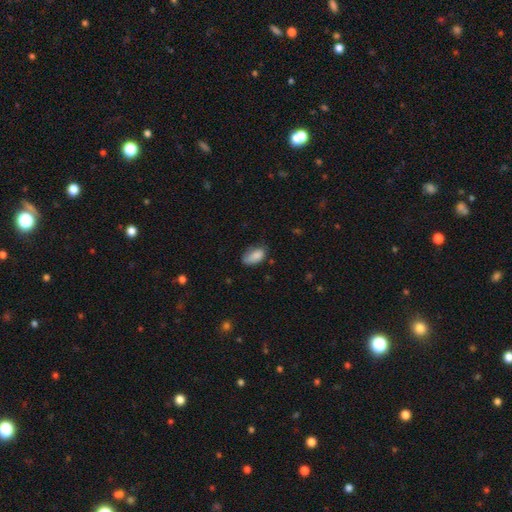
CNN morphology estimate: Smooth or featured? smooth (83%)
How rounded? in between (93%)
Merging? none (55%)